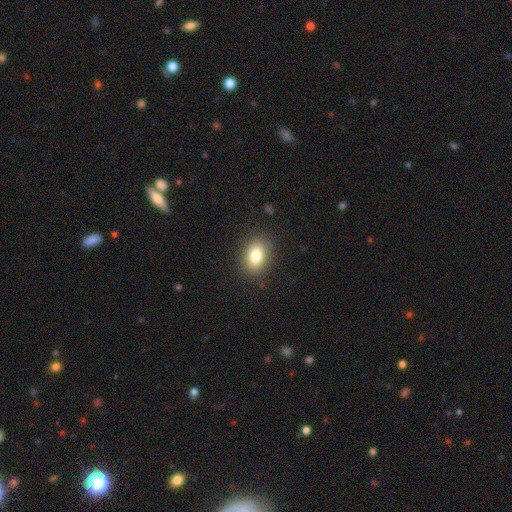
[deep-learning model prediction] smooth-or-featured: smooth: 81% | star or artifact: 10% | featured or disk: 9%
  how-rounded: in between: 73% | round: 25% | cigar-shaped: 1%
  merging: none: 87% | minor disturbance: 9% | major disturbance: 3% | merger: 1%